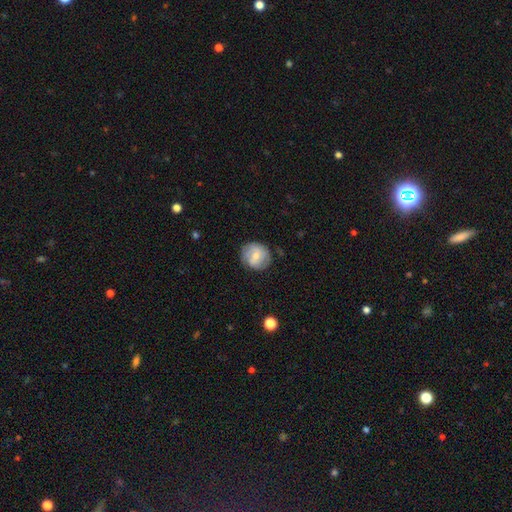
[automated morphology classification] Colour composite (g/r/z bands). It shows a featured or disk galaxy (49%). Merging: none (76%).